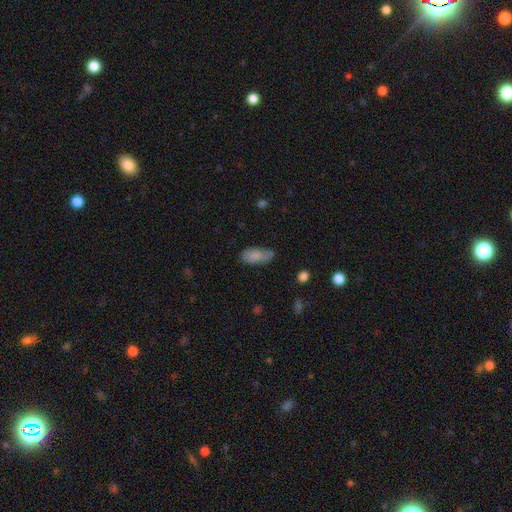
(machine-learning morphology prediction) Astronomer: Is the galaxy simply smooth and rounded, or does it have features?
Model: smooth — 82%.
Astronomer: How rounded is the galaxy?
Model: in between — 84%.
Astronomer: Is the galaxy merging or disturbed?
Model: none — 60%.